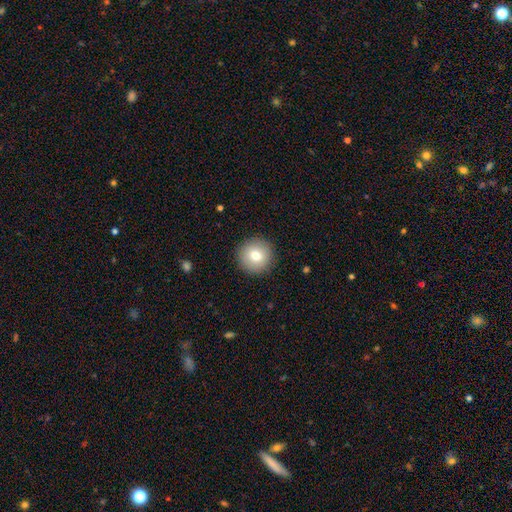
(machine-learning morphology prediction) Overall: smooth (78%). How rounded: round (95%). Merging: none (92%).